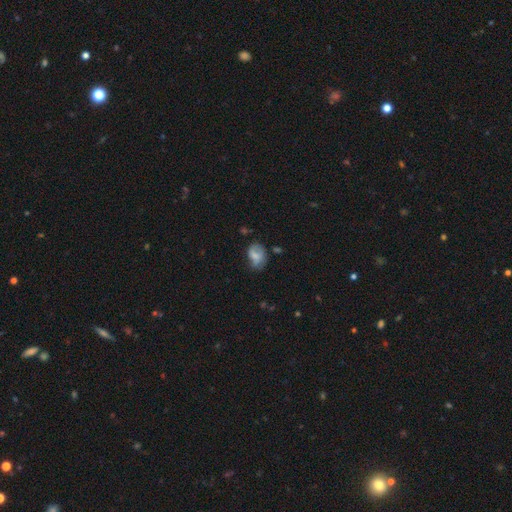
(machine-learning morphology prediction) smooth_or_featured: smooth (p=0.63) [alt: featured or disk p=0.28]
how_rounded: in between (p=0.77) [alt: round p=0.22]
merging: none (p=0.48) [alt: minor disturbance p=0.35]